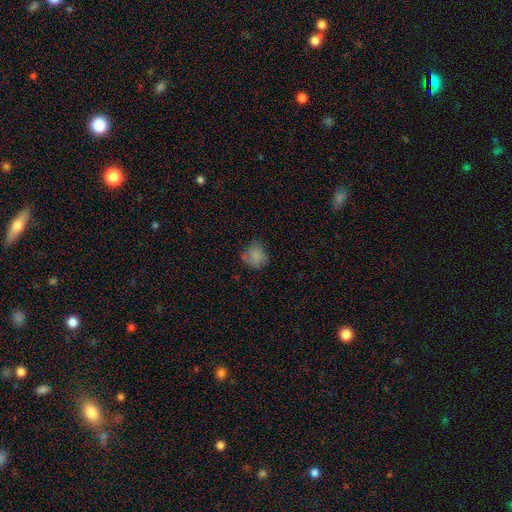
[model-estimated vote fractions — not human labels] Smooth or featured? Predicted: smooth (p=0.79). How rounded? Predicted: round (p=0.80). Merging? Predicted: none (p=0.65).